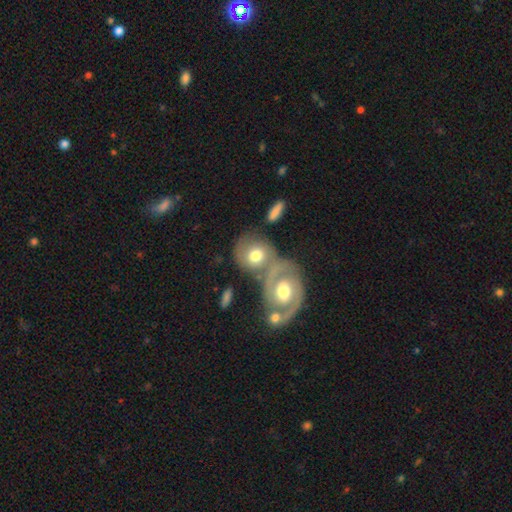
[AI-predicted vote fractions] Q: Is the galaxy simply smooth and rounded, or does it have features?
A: smooth — 47%.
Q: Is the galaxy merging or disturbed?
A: merger — 45%.